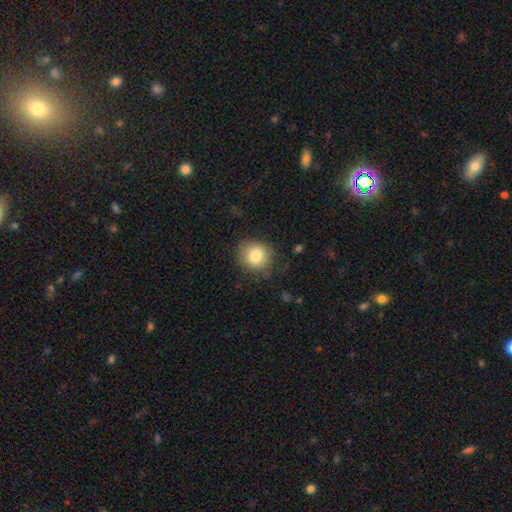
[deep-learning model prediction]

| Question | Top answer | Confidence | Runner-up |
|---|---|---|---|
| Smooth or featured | smooth | 83% | star or artifact (9%) |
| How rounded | round | 82% | in between (17%) |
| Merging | none | 79% | minor disturbance (15%) |